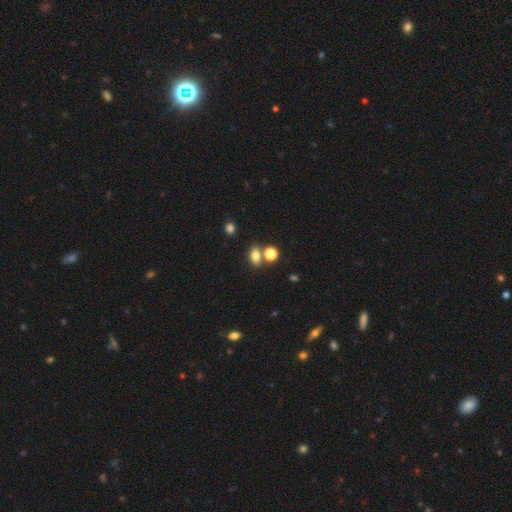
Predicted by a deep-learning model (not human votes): Smooth or featured: smooth — 77% (star or artifact — 14%)
How rounded: in between — 72% (round — 25%)
Merging: none — 61% (merger — 24%)